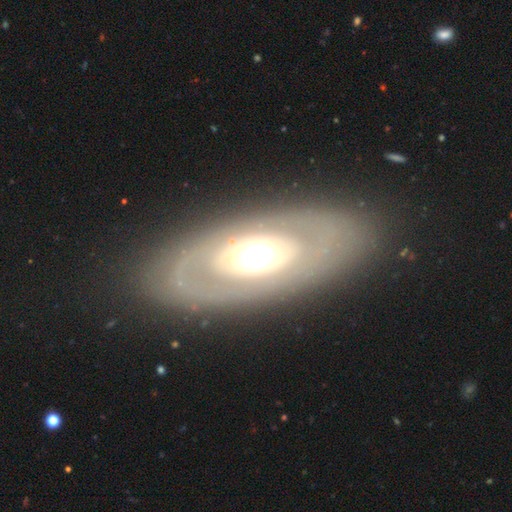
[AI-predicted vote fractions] A featured or disk galaxy (64%) with no bar (85%), no spiral arms (86%) and a moderate central bulge (49%). Merging: none (83%).